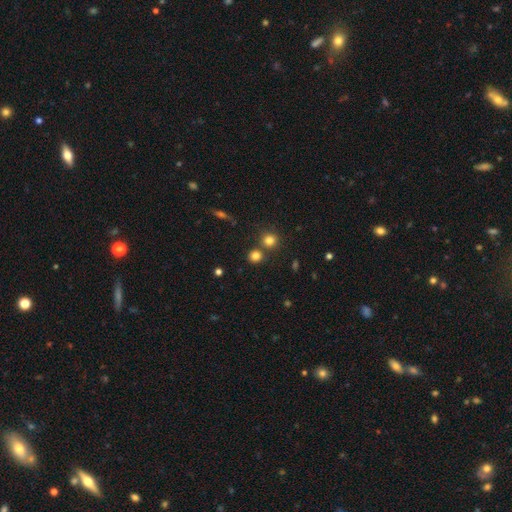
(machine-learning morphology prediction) A smooth galaxy with no disk features (78%) that is round (87%).

Vote fractions:
- Smooth or featured? smooth: 78% / star or artifact: 15% / featured or disk: 6%
- How rounded? round: 87% / in between: 12% / cigar-shaped: 1%
- Merging? none: 72% / merger: 18% / minor disturbance: 7% / major disturbance: 3%